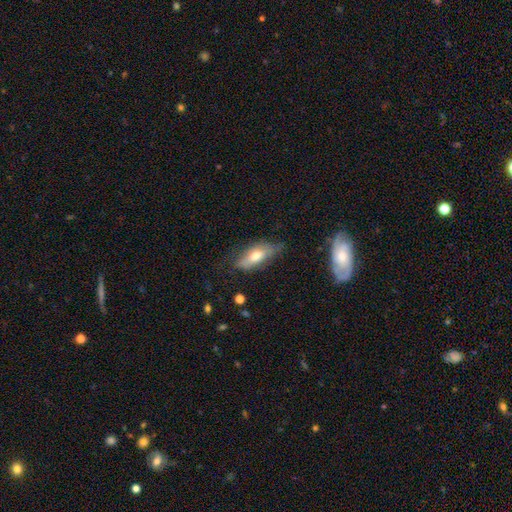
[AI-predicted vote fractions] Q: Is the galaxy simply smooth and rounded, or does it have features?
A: smooth — 62%.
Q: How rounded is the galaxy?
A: in between — 71%.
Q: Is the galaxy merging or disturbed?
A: none — 58%.